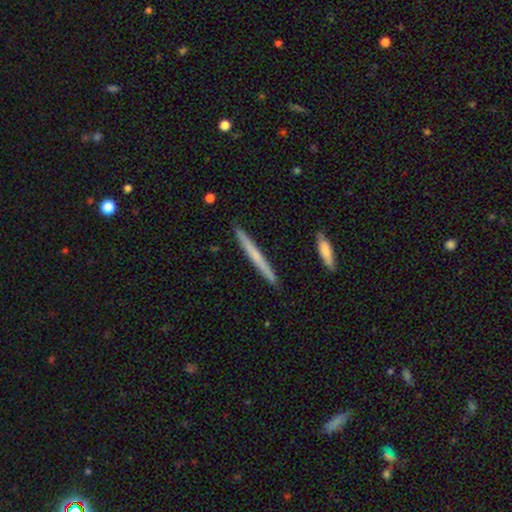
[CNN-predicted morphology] This is possibly a smooth galaxy (51%). How rounded: clearly cigar-shaped (97%). Merging: clearly none (92%).